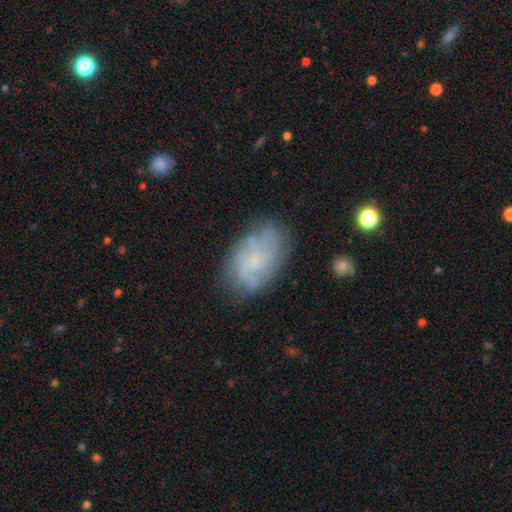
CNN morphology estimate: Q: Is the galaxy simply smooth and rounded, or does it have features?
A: featured or disk — 51%.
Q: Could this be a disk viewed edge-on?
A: no — 95%.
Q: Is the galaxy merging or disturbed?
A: none — 71%.